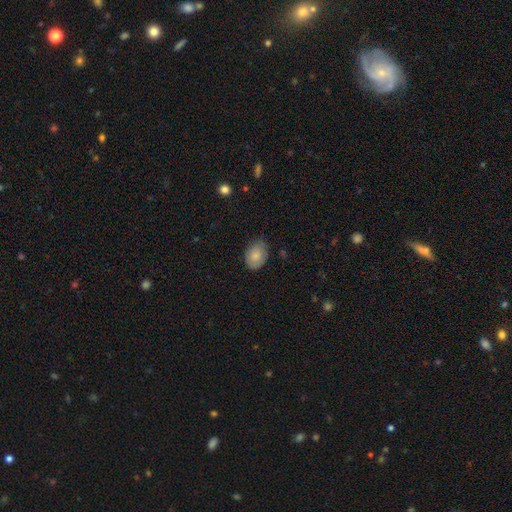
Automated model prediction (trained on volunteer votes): This is clearly a smooth galaxy (81%). How rounded: likely in between (75%). Merging: likely none (73%).